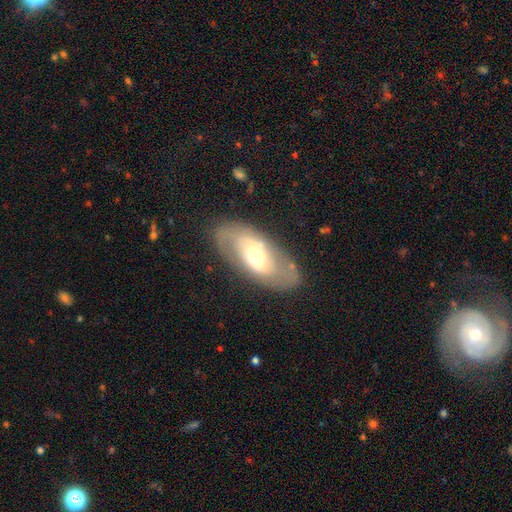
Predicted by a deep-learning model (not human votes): The model was most divided on "bar": weak: 38%, no: 37%, strong: 25%. More confident: edge-on disk — no (88%); merging — none (75%); bulge size — moderate (63%); smooth or featured — featured or disk (60%); spiral arms — no (51%).